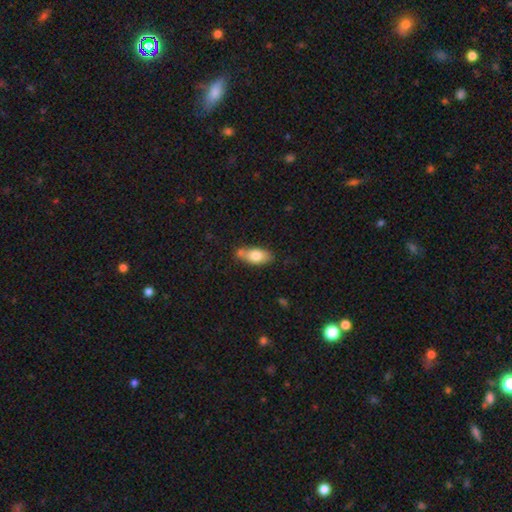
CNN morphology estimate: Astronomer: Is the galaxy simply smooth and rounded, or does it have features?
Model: smooth — 76%.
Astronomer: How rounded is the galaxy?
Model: in between — 87%.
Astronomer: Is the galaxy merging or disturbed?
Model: none — 62%.